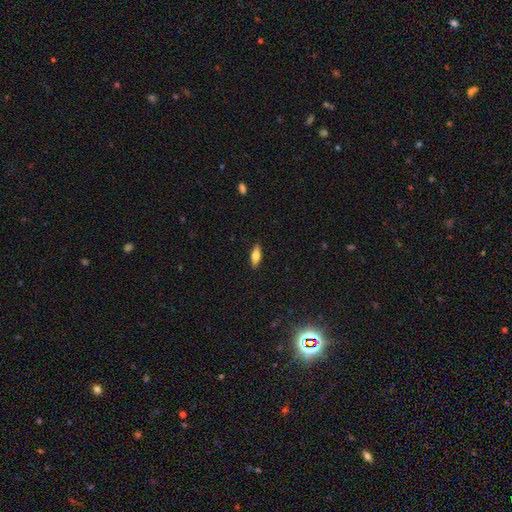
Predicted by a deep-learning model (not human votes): A smooth galaxy with no disk features (71%) that is in between round and cigar-shaped (69%).

Vote fractions:
- Smooth or featured? smooth: 71% / featured or disk: 22% / star or artifact: 7%
- How rounded? in between: 69% / cigar-shaped: 28% / round: 3%
- Merging? none: 89% / minor disturbance: 8% / major disturbance: 2% / merger: 1%